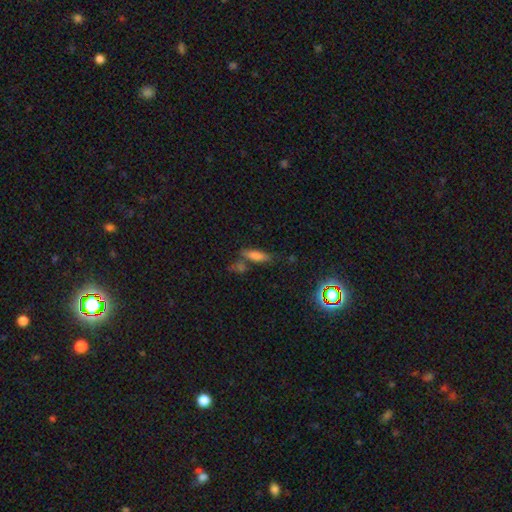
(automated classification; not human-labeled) Q: Smooth or featured?
A: smooth (71%); runner-up: featured or disk (17%)
Q: How rounded?
A: cigar-shaped (54%); runner-up: in between (43%)
Q: Merging?
A: none (58%); runner-up: merger (19%)